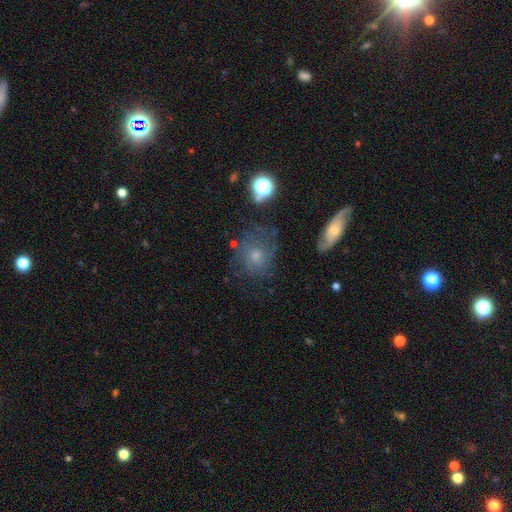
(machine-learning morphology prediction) featured or disk 44%, smooth 38%, star or artifact 17%. Down the decision tree: merging — none (64%).